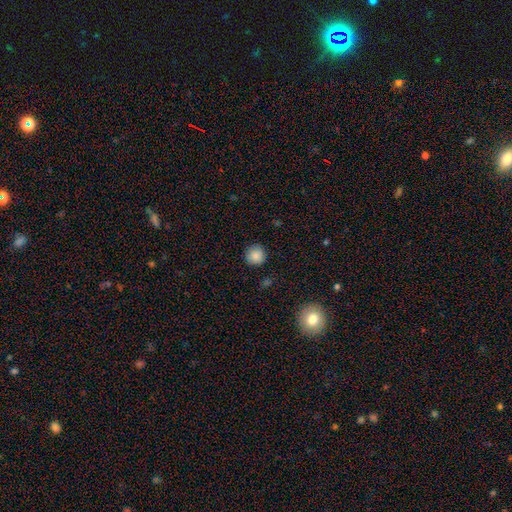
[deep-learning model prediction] smooth-or-featured: smooth: 86% | star or artifact: 9% | featured or disk: 4%
  how-rounded: round: 94% | in between: 5% | cigar-shaped: 1%
  merging: none: 89% | minor disturbance: 8% | major disturbance: 2% | merger: 1%